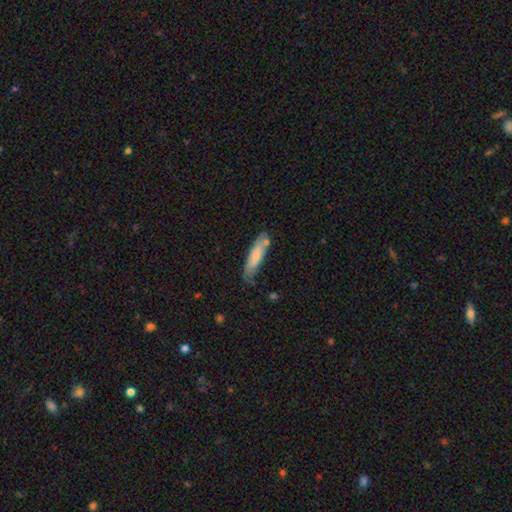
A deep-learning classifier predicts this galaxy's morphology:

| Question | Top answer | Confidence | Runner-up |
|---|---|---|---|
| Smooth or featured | smooth | 73% | featured or disk (21%) |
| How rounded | cigar-shaped | 71% | in between (28%) |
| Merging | none | 67% | minor disturbance (21%) |